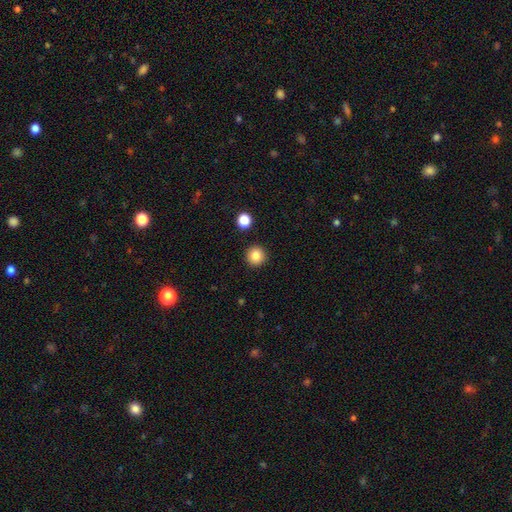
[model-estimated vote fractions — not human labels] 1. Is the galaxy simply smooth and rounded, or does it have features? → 83% smooth, 11% star or artifact, 6% featured or disk.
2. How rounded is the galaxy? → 95% round, 4% in between, 1% cigar-shaped.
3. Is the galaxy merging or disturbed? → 92% none, 5% minor disturbance, 2% merger, 2% major disturbance.